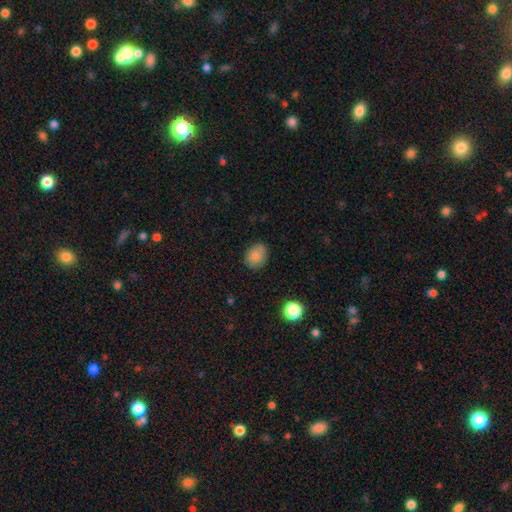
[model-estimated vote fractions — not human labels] The model was most divided on "how rounded": round: 54%, in between: 45%, cigar-shaped: 1%. More confident: smooth or featured — smooth (82%); merging — none (75%).